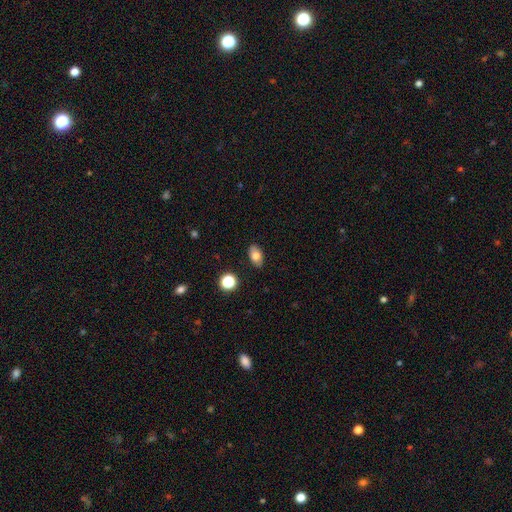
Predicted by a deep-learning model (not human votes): Smooth or featured? smooth (76%)
How rounded? in between (88%)
Merging? none (87%)